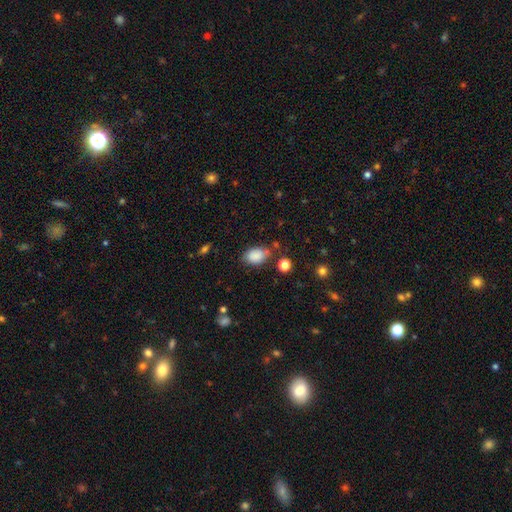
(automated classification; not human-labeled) Smooth or featured? smooth (85%)
How rounded? in between (87%)
Merging? none (67%)